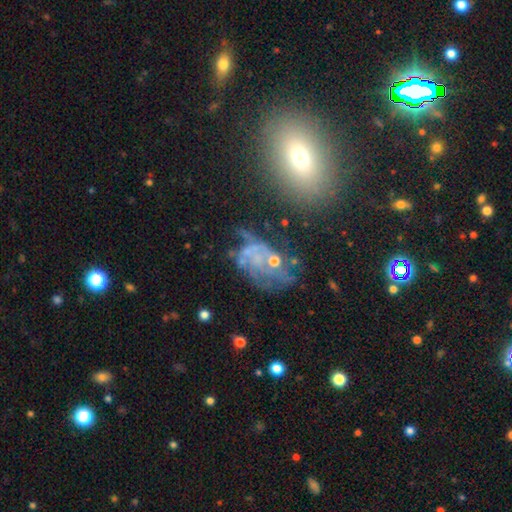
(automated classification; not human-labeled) featured or disk 61%, smooth 20%, star or artifact 19%. Down the decision tree: edge-on disk — no (97%); bar — no (84%); spiral arms — no (52%); bulge size — none (36%); merging — none (37%).